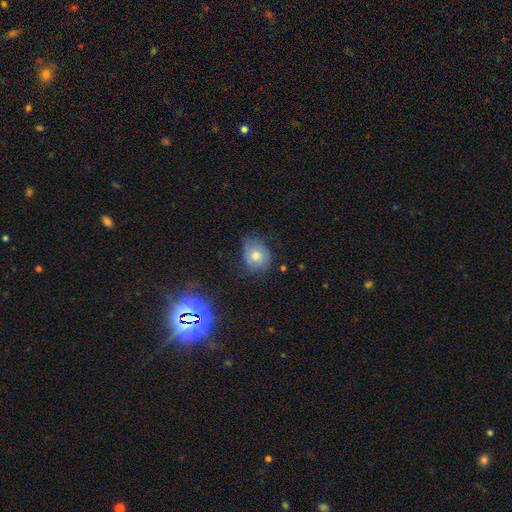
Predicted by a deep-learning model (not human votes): smooth-or-featured: smooth: 72% | featured or disk: 14% | star or artifact: 13%
  how-rounded: round: 64% | in between: 35% | cigar-shaped: 1%
  merging: none: 68% | minor disturbance: 25% | major disturbance: 6% | merger: 2%